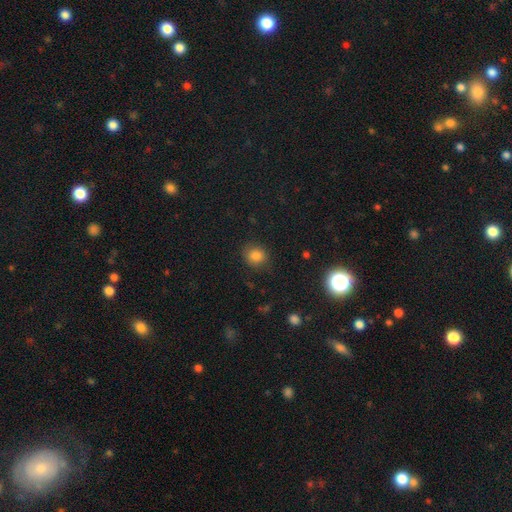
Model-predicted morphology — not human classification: Smooth or featured? Predicted: smooth (p=0.81). How rounded? Predicted: round (p=0.77). Merging? Predicted: none (p=0.82).